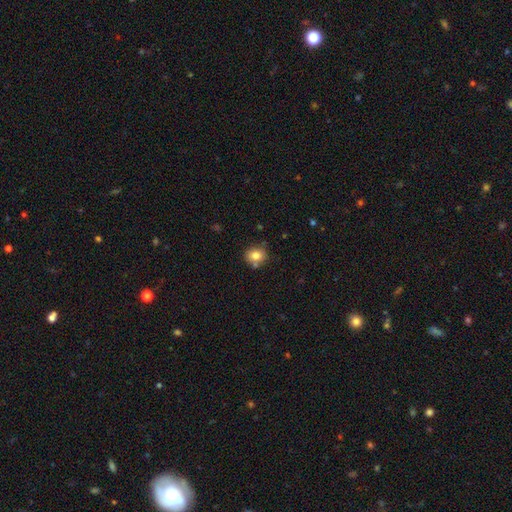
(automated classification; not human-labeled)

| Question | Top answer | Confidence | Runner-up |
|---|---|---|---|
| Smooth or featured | smooth | 79% | featured or disk (11%) |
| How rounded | round | 70% | in between (29%) |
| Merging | none | 73% | minor disturbance (14%) |